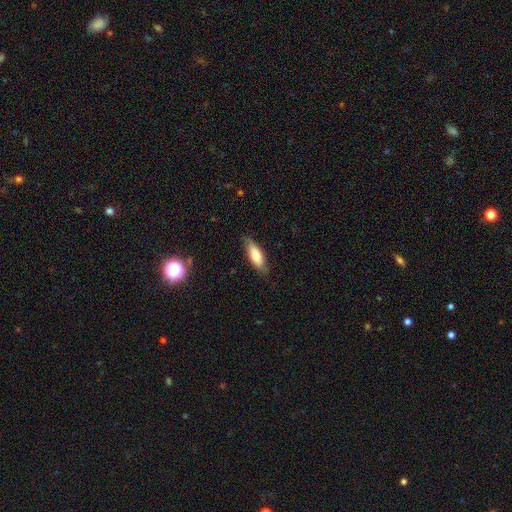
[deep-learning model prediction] A smooth galaxy with no disk features (73%) that is in between round and cigar-shaped (57%).

Vote fractions:
- Smooth or featured? smooth: 73% / featured or disk: 20% / star or artifact: 6%
- How rounded? in between: 57% / cigar-shaped: 41% / round: 2%
- Merging? none: 79% / minor disturbance: 17% / major disturbance: 3% / merger: 1%